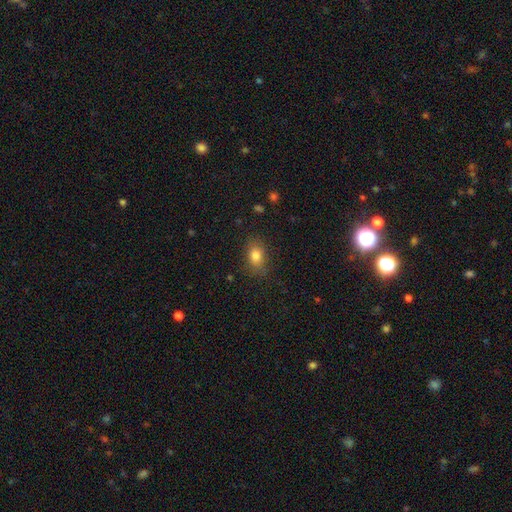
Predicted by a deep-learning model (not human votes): Smooth or featured? smooth (81%)
How rounded? in between (79%)
Merging? none (81%)